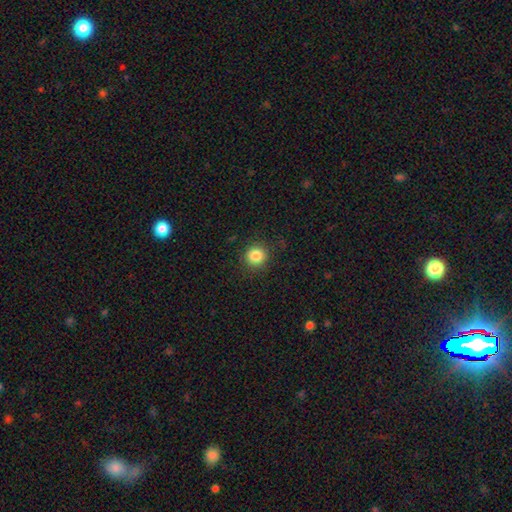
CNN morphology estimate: Smooth or featured? smooth (85%)
How rounded? round (94%)
Merging? none (89%)